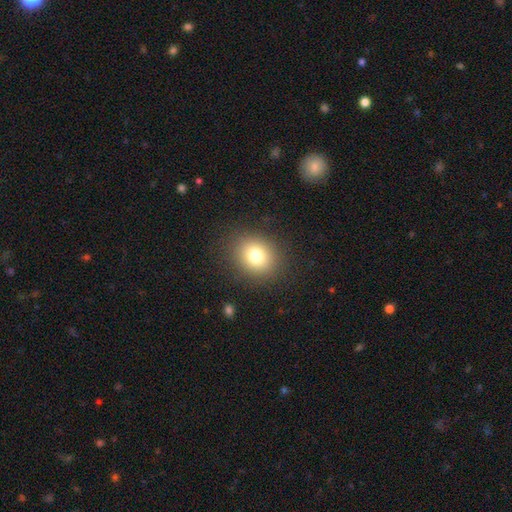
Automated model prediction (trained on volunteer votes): Smooth or featured?
  - smooth: 77% *
  - star or artifact: 13%
  - featured or disk: 10%
How rounded?
  - round: 68% *
  - in between: 31%
  - cigar-shaped: 1%
Merging?
  - none: 87% *
  - minor disturbance: 8%
  - major disturbance: 4%
  - merger: 1%